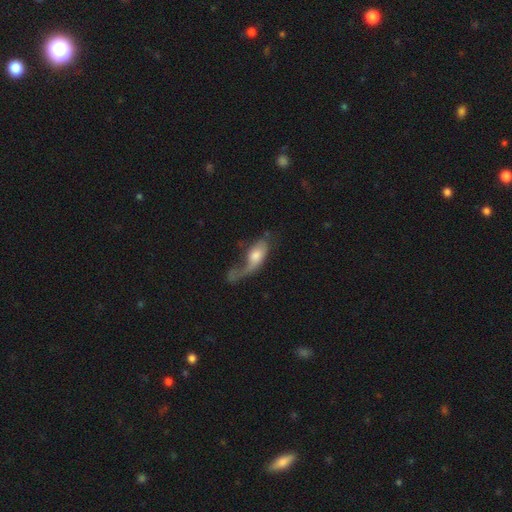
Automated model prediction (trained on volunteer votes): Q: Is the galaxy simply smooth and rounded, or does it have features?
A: smooth — 47%.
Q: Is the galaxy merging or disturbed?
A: major disturbance — 51%.